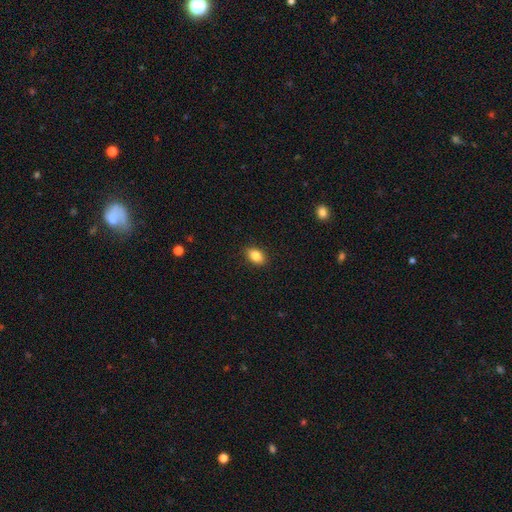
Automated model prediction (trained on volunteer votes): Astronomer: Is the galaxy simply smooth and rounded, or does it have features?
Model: smooth — 84%.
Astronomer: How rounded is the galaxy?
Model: in between — 85%.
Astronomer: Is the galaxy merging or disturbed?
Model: none — 89%.